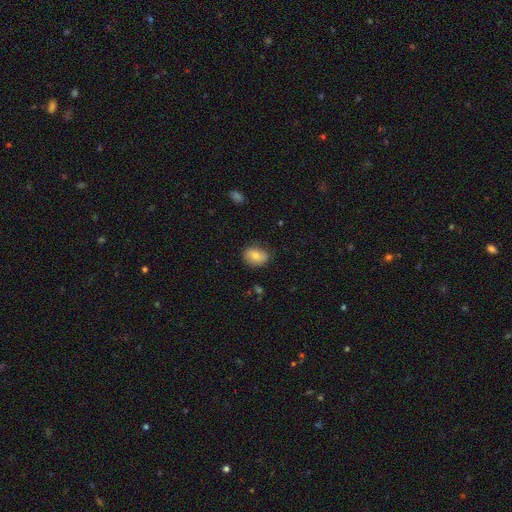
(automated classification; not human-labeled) smooth 77%, featured or disk 15%, star or artifact 8%. Down the decision tree: how rounded — in between (69%); merging — none (79%).